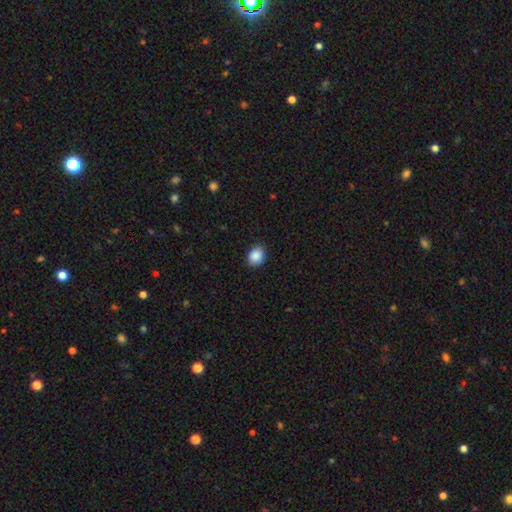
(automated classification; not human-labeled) smooth_or_featured: smooth (p=0.89) [alt: star or artifact p=0.08]
how_rounded: round (p=0.53) [alt: in between p=0.47]
merging: none (p=0.87) [alt: minor disturbance p=0.10]